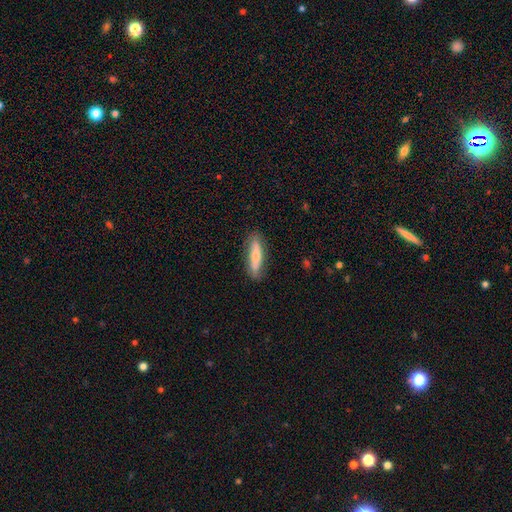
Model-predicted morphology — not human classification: Overall: smooth (62%; featured or disk 33%). How rounded: cigar-shaped (69%; in between 29%). Merging: none (84%).